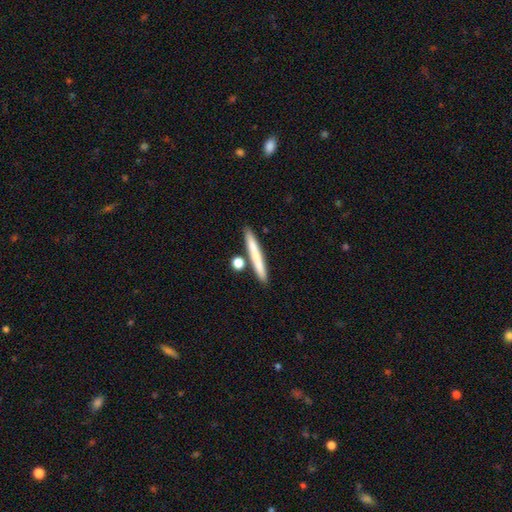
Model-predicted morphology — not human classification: smooth_or_featured: smooth (p=0.70) [alt: featured or disk p=0.23]
how_rounded: cigar-shaped (p=0.93) [alt: in between p=0.04]
merging: none (p=0.81) [alt: merger p=0.08]